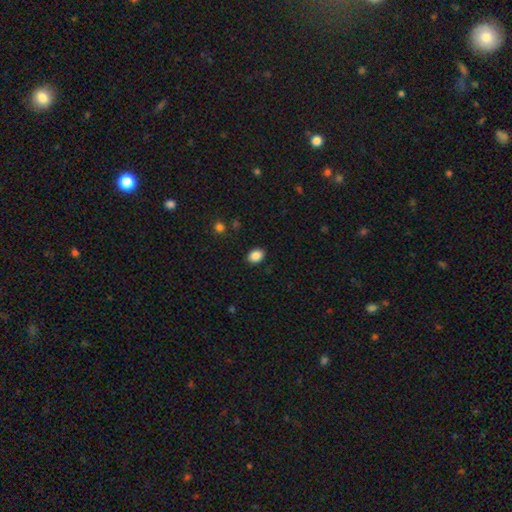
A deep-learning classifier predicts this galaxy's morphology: Q: Smooth or featured?
A: smooth (88%); runner-up: star or artifact (9%)
Q: How rounded?
A: in between (61%); runner-up: round (38%)
Q: Merging?
A: none (89%); runner-up: minor disturbance (8%)